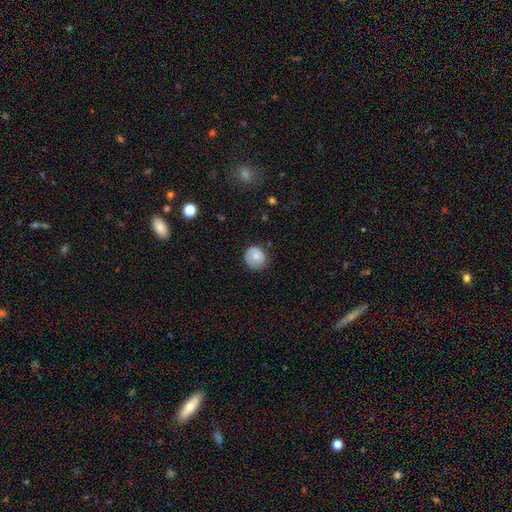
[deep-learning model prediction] Smooth or featured? smooth (76%)
How rounded? round (87%)
Merging? none (77%)